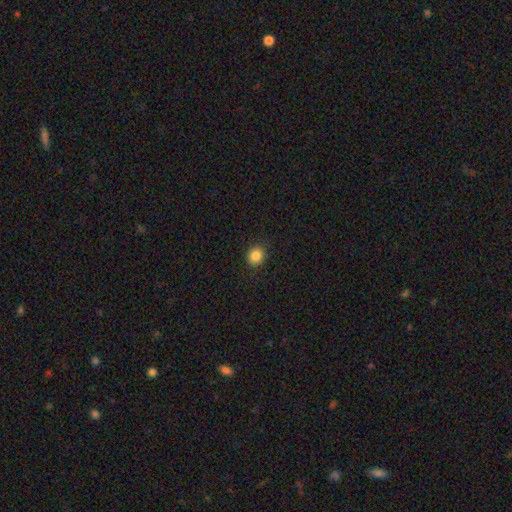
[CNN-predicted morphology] Q: Smooth or featured?
A: smooth (85%); runner-up: star or artifact (10%)
Q: How rounded?
A: round (76%); runner-up: in between (23%)
Q: Merging?
A: none (88%); runner-up: minor disturbance (9%)